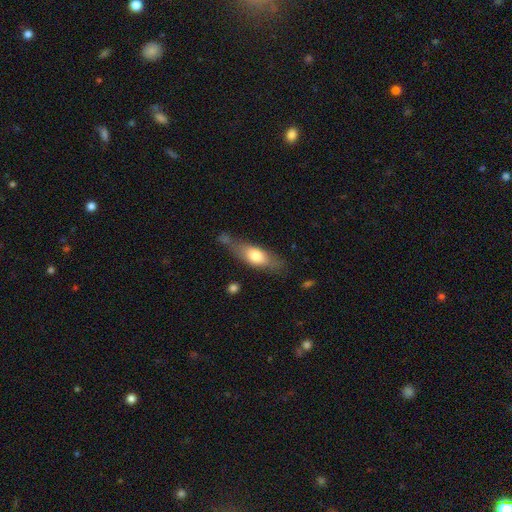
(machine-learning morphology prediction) type=smooth (62%); roundness=in between (57%); merging=none (58%).